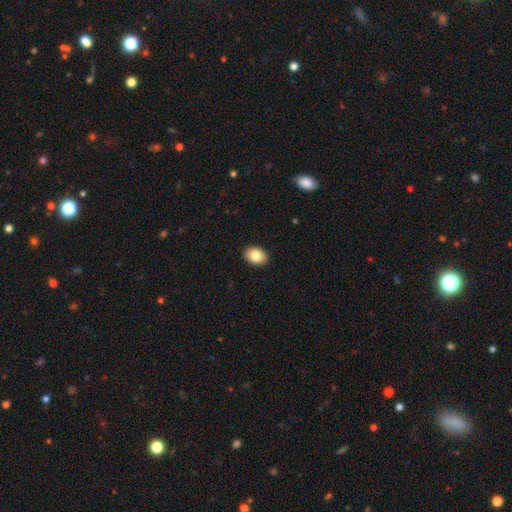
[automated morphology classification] Smooth or featured: smooth — 84% (featured or disk — 8%)
How rounded: in between — 80% (round — 19%)
Merging: none — 91% (minor disturbance — 7%)